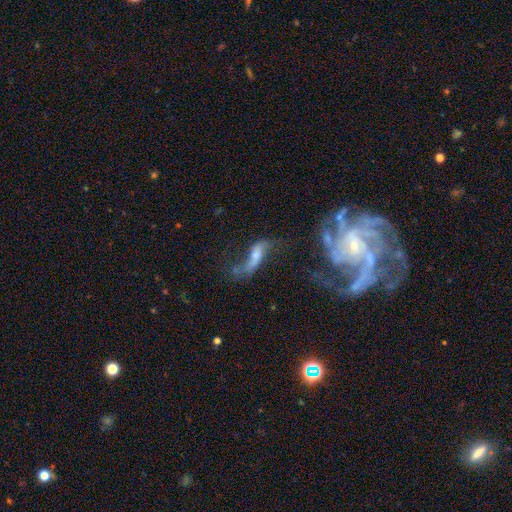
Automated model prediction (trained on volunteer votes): This appears to be a featured or disk galaxy (65%) with no bar (46%), spiral arms (81%) and a small central bulge (40%). Merging: none (36%).